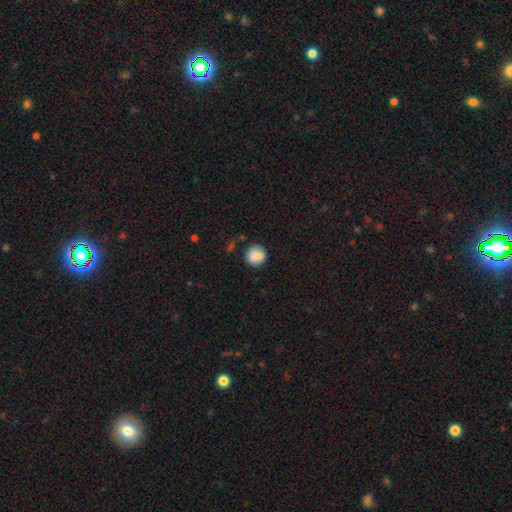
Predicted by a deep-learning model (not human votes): A smooth galaxy with no disk features (86%) that is round (91%). Merging: none (81%).